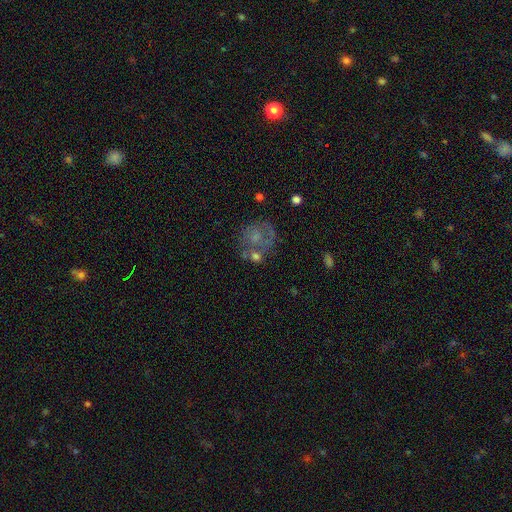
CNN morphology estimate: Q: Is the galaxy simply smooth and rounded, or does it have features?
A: smooth — 47%.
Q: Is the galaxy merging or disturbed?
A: none — 43%.